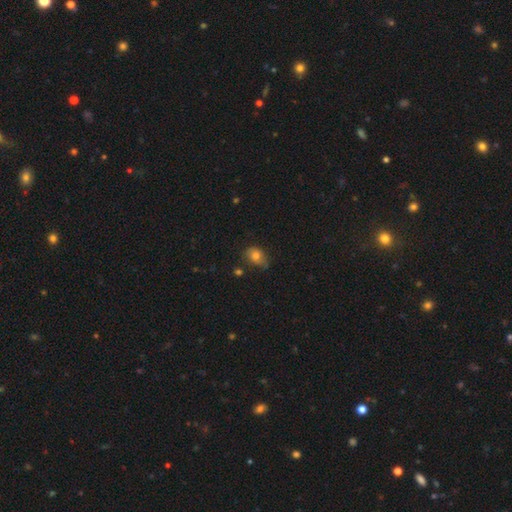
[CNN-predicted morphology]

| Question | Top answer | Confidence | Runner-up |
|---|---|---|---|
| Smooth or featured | smooth | 77% | featured or disk (13%) |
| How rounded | in between | 60% | round (38%) |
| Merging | none | 50% | minor disturbance (36%) |